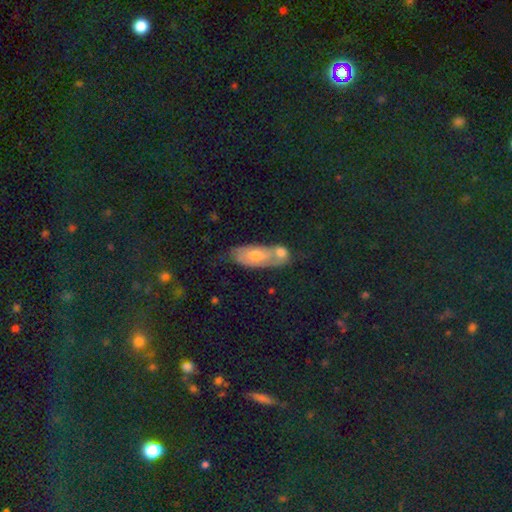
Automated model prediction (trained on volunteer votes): smooth-or-featured: smooth: 52% | featured or disk: 36% | star or artifact: 11%
  how-rounded: in between: 82% | cigar-shaped: 12% | round: 6%
  merging: merger: 41% | none: 35% | minor disturbance: 16% | major disturbance: 7%